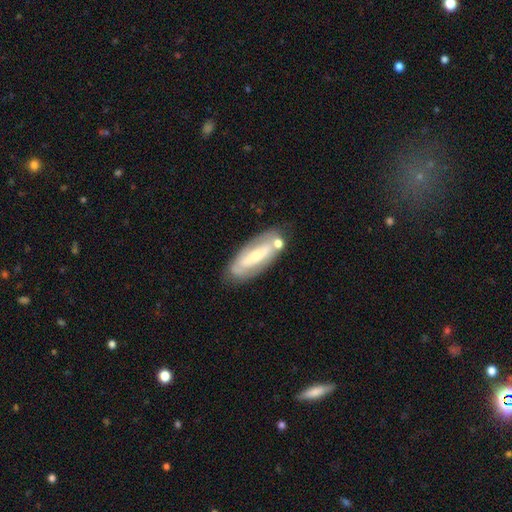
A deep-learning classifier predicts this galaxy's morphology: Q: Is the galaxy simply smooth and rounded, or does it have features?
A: featured or disk — 63%.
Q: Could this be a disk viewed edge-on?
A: no — 79%.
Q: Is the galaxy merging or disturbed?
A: none — 69%.